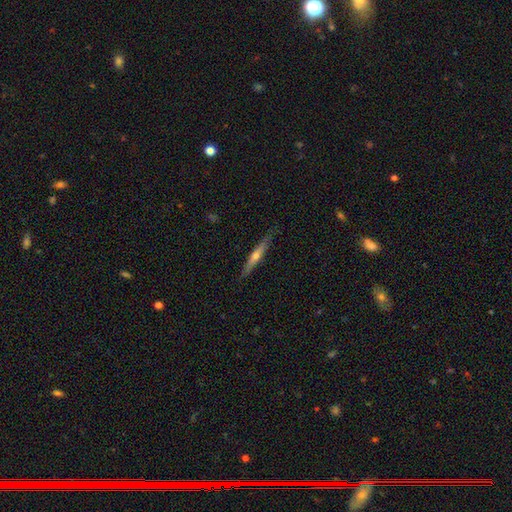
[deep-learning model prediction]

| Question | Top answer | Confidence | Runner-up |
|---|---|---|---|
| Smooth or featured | featured or disk | 63% | smooth (31%) |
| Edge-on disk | yes | 96% | no (4%) |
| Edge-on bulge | rounded | 82% | none (14%) |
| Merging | none | 87% | minor disturbance (10%) |